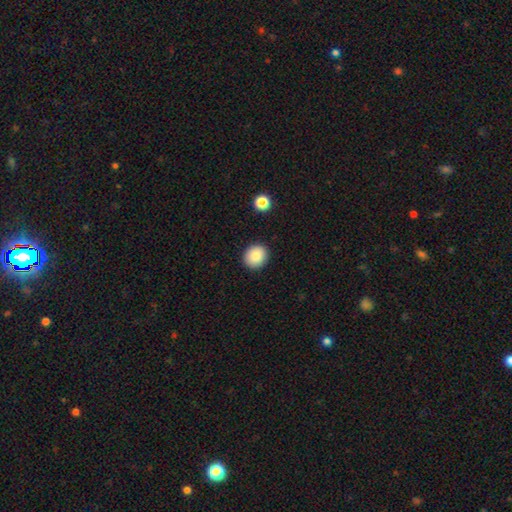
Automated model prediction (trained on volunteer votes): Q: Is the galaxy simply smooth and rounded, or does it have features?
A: smooth — 87%.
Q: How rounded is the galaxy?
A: round — 80%.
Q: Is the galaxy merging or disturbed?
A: none — 91%.